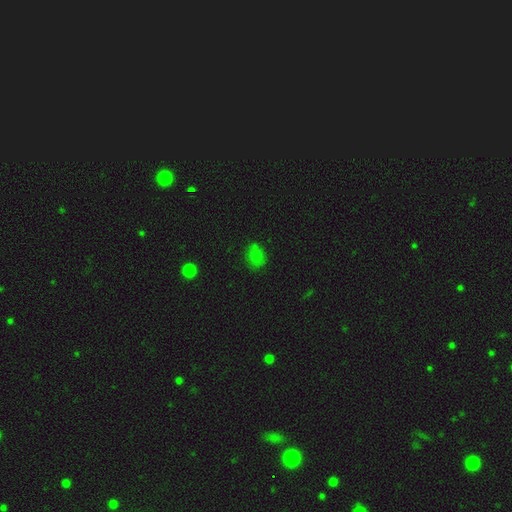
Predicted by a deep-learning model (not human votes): Smooth or featured? smooth (72%)
How rounded? round (50%)
Merging? none (71%)